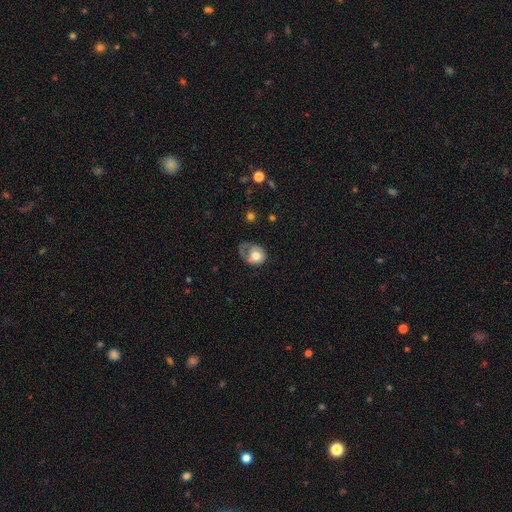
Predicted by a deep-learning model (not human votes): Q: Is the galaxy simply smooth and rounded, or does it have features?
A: smooth — 63%.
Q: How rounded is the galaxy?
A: round — 50%.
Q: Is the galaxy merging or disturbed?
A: major disturbance — 42%.